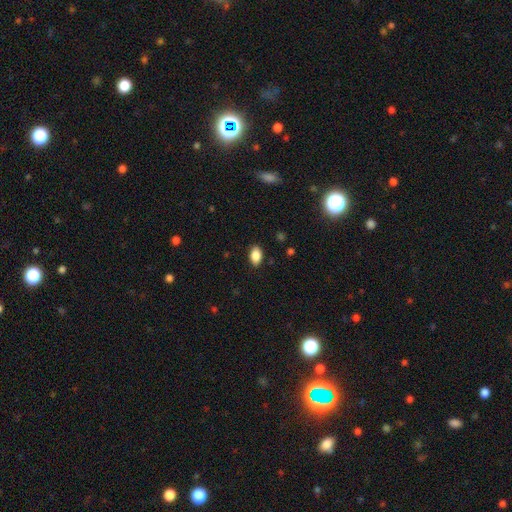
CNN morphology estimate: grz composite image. It shows a smooth galaxy with no disk features (87%) that is in between round and cigar-shaped (89%). Merging: none (87%).